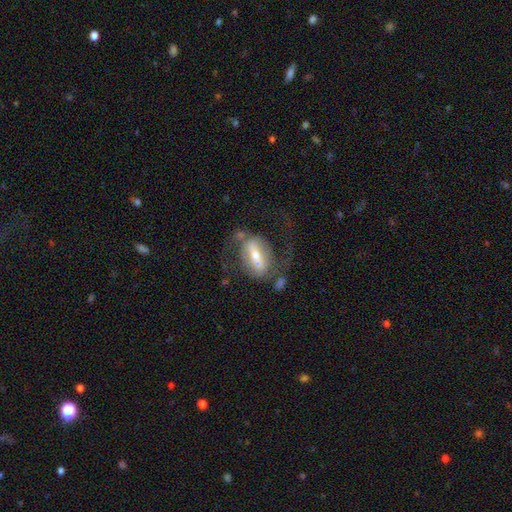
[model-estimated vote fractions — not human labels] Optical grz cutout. It shows a featured or disk galaxy (70%) with a strong bar (67%), spiral arms (65%) and a moderate central bulge (50%). Merging: none (45%).